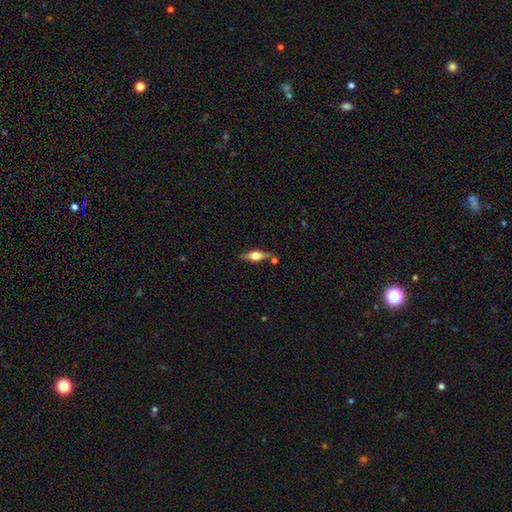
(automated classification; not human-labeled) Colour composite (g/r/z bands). It shows a featured or disk galaxy (60%) viewed edge-on (94%) with a rounded central bulge (92%). Merging: none (76%).